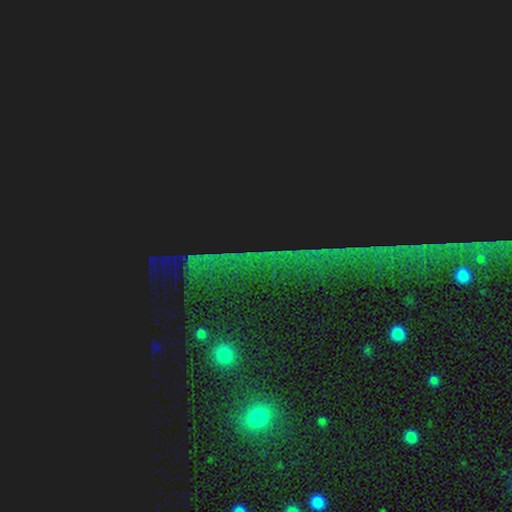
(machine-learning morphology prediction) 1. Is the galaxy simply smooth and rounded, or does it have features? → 82% star or artifact, 10% smooth, 8% featured or disk.